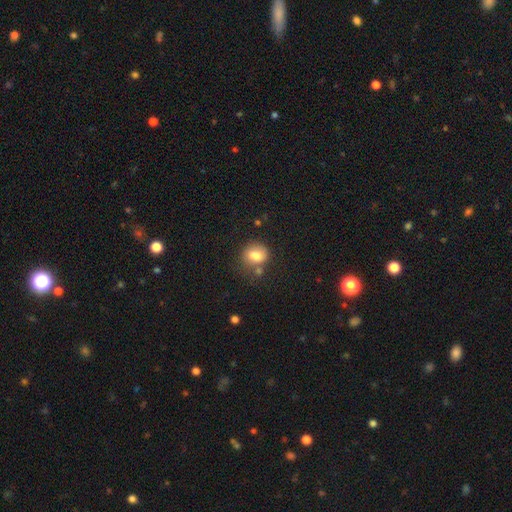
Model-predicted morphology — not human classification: Overall: smooth (78%). How rounded: round (54%; in between 45%). Merging: none (55%; minor disturbance 21%).